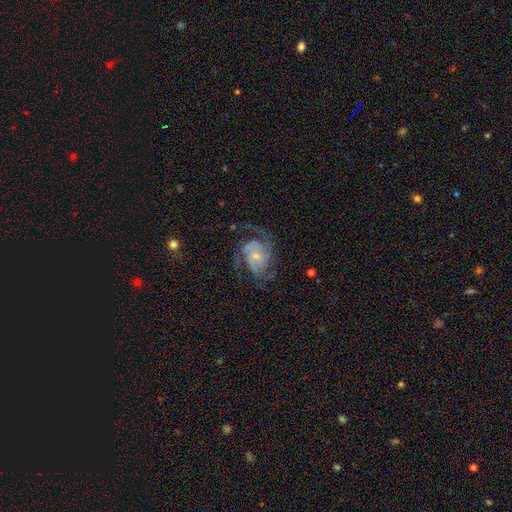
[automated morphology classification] smooth-or-featured: featured or disk: 85% | smooth: 9% | star or artifact: 6%
  disk-edge-on: no: 98% | yes: 2%
    bar: no: 61% | weak: 32% | strong: 7%
    has-spiral-arms: yes: 95% | no: 5%
      spiral-winding: medium: 53% | tight: 25% | loose: 23%
      spiral-arm-count: 2: 37% | 3: 33% | can't tell: 13% | 4: 7% | 1: 5% | more than 4: 5%
    bulge-size: small: 64% | moderate: 25% | none: 6% | large: 4% | dominant: 1%
  merging: none: 59% | major disturbance: 22% | minor disturbance: 18% | merger: 2%